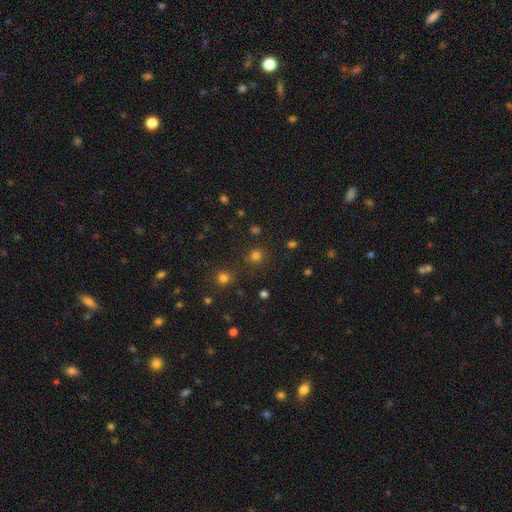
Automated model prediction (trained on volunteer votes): Smooth or featured: smooth — 74% (star or artifact — 21%)
How rounded: round — 92% (in between — 7%)
Merging: none — 83% (minor disturbance — 8%)